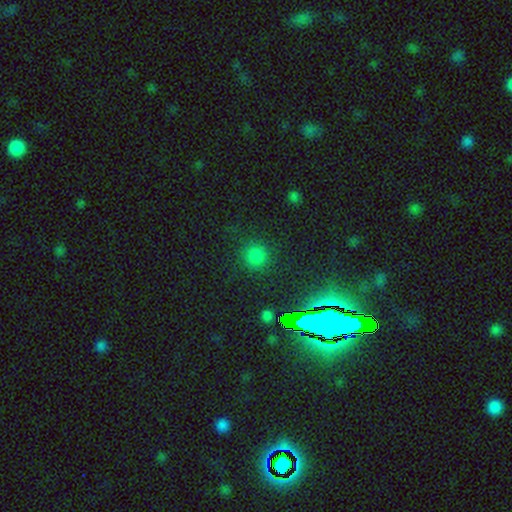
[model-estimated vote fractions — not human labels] This is likely a smooth galaxy (72%). How rounded: clearly round (92%). Merging: clearly none (87%).